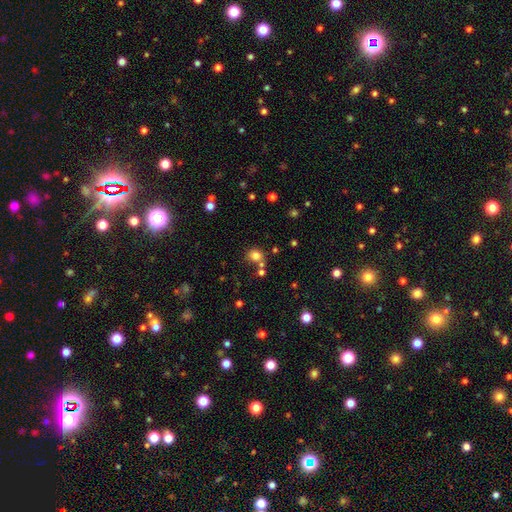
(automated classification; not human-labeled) This appears to be a smooth galaxy with no disk features (78%) that is round (79%). Merging: none (68%).